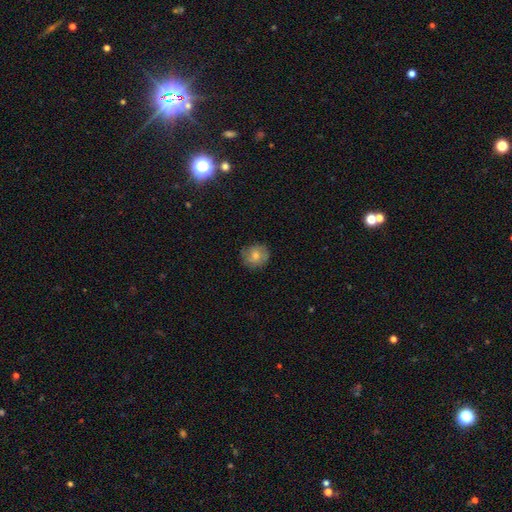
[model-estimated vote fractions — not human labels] A smooth galaxy with no disk features (71%) that is round (87%).

Vote fractions:
- Smooth or featured? smooth: 71% / featured or disk: 21% / star or artifact: 8%
- How rounded? round: 87% / in between: 12% / cigar-shaped: 1%
- Merging? none: 78% / minor disturbance: 17% / major disturbance: 4% / merger: 1%